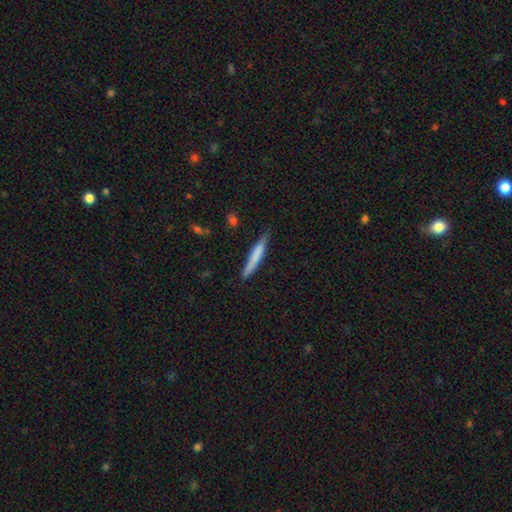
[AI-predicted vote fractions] smooth_or_featured: smooth (p=0.69) [alt: featured or disk p=0.25]
how_rounded: cigar-shaped (p=0.94) [alt: in between p=0.05]
merging: none (p=0.78) [alt: minor disturbance p=0.18]